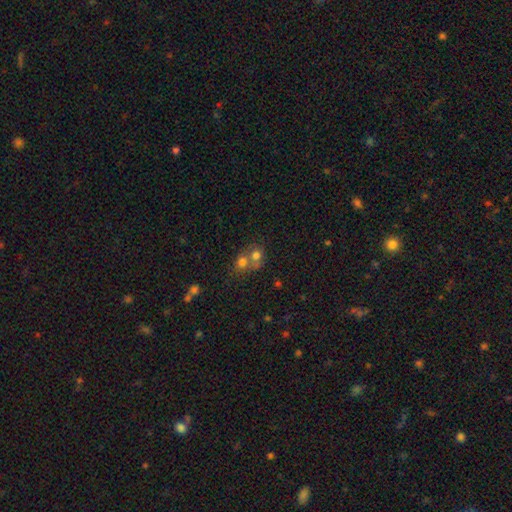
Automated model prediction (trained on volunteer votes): Morphology: type=smooth (64%); roundness=round (73%); merging=merger (62%).